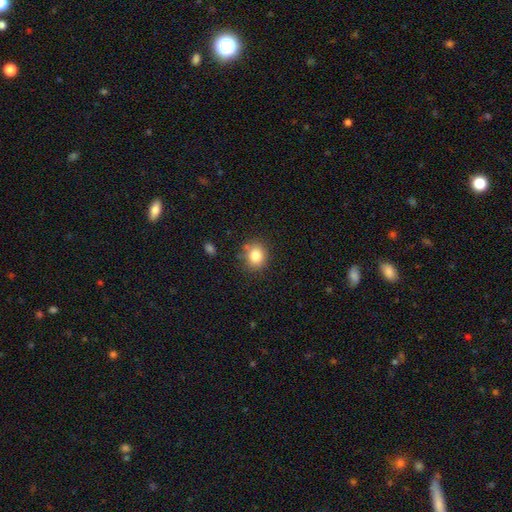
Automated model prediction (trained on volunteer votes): This appears to be a smooth galaxy with no disk features (82%) that is round (74%). Merging: none (81%).